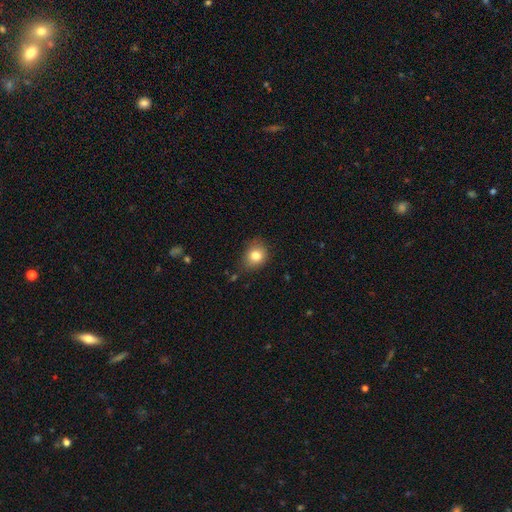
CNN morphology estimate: type=smooth (81%); roundness=round (59%); merging=none (73%).